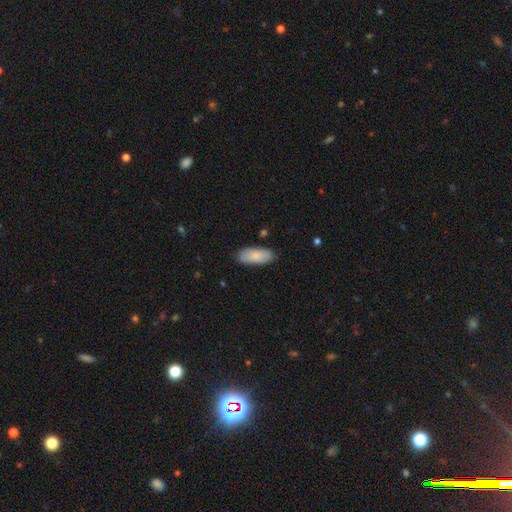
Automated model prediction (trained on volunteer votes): The model was most divided on "merging": none: 83%, minor disturbance: 13%, major disturbance: 2%, merger: 2%. More confident: smooth or featured — smooth (86%); how rounded — in between (85%).